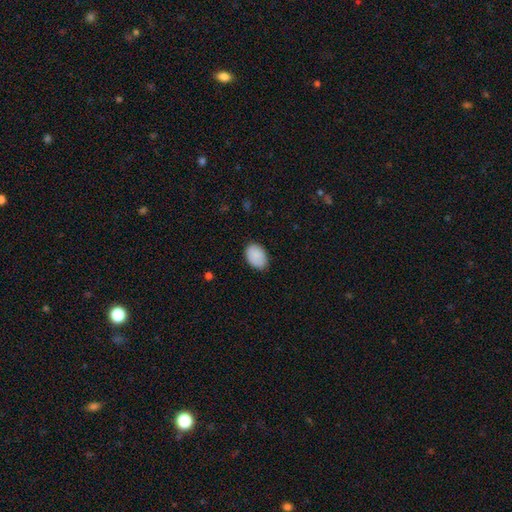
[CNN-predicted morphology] Smooth or featured?
  - smooth: 89% *
  - star or artifact: 6%
  - featured or disk: 5%
How rounded?
  - in between: 84% *
  - round: 15%
  - cigar-shaped: 1%
Merging?
  - none: 81% *
  - minor disturbance: 15%
  - major disturbance: 2%
  - merger: 1%